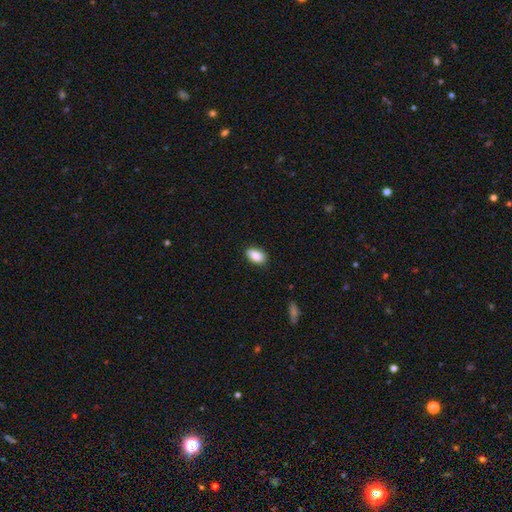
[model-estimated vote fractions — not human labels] A smooth galaxy with no disk features (88%) that is in between round and cigar-shaped (90%).

Vote fractions:
- Smooth or featured? smooth: 88% / star or artifact: 7% / featured or disk: 5%
- How rounded? in between: 90% / round: 8% / cigar-shaped: 2%
- Merging? none: 85% / minor disturbance: 12% / major disturbance: 2% / merger: 1%